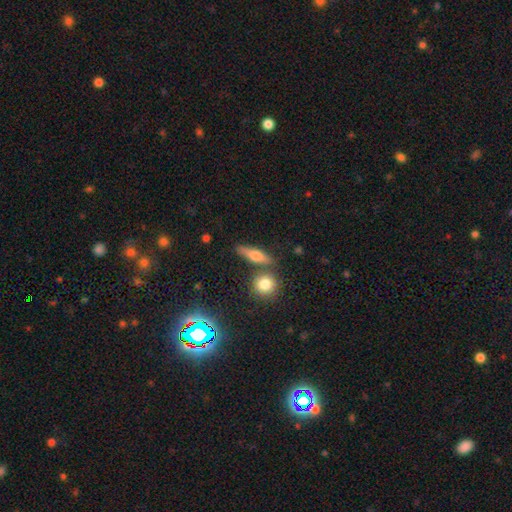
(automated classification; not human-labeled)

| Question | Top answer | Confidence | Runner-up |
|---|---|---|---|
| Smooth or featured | smooth | 57% | featured or disk (32%) |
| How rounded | cigar-shaped | 52% | in between (34%) |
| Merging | none | 73% | merger (12%) |